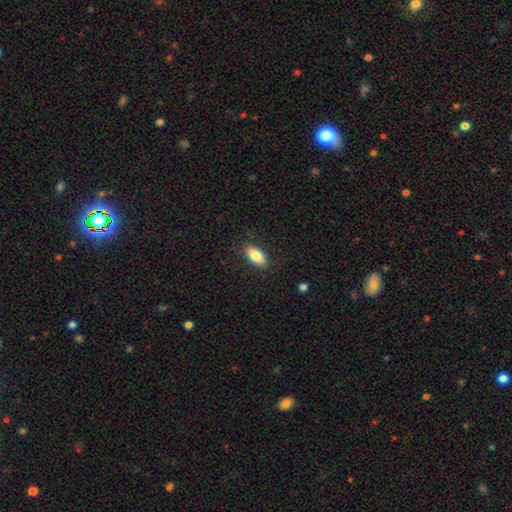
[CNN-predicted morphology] smooth_or_featured: smooth (p=0.80) [alt: featured or disk p=0.13]
how_rounded: in between (p=0.89) [alt: cigar-shaped p=0.07]
merging: none (p=0.85) [alt: minor disturbance p=0.11]